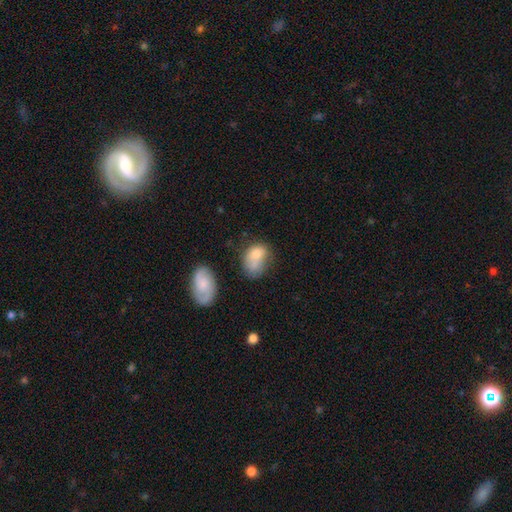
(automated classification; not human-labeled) Smooth or featured: smooth — 72% (featured or disk — 20%)
How rounded: in between — 76% (round — 23%)
Merging: none — 30% (minor disturbance — 27%)